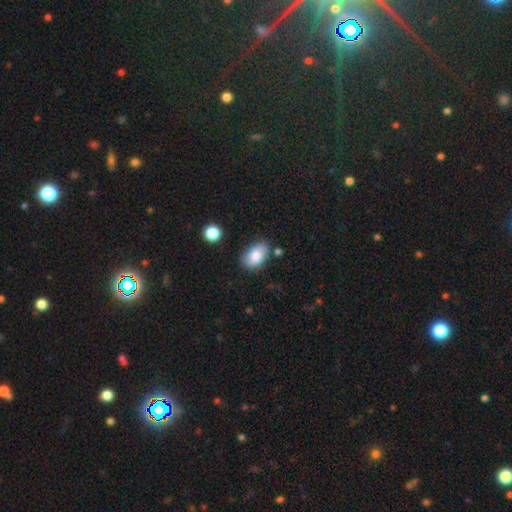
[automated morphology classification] Overall: smooth (80%). How rounded: in between (88%). Merging: none (71%).